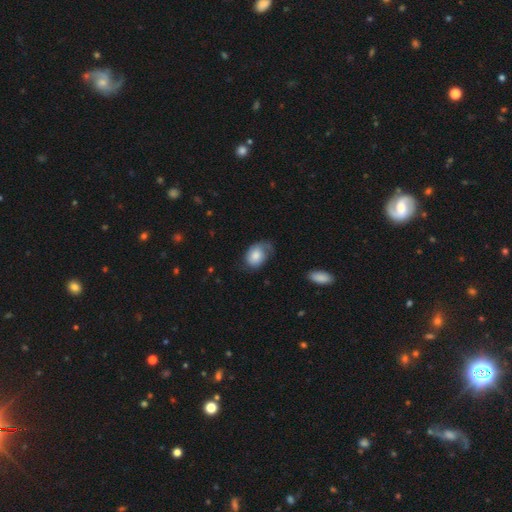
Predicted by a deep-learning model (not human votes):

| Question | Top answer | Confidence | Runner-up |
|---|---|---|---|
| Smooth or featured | smooth | 70% | featured or disk (23%) |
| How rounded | in between | 71% | round (28%) |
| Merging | none | 40% | minor disturbance (37%) |